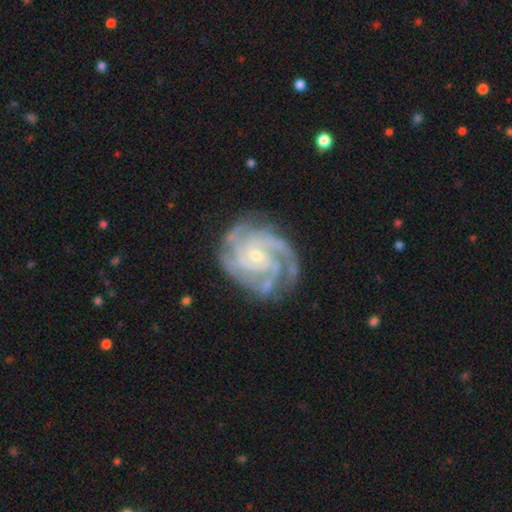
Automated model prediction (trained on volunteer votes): Smooth or featured: featured or disk — 92% (star or artifact — 4%)
Edge-on disk: no — 98% (yes — 2%)
Bar: no — 61% (weak — 32%)
Spiral arms: yes — 98% (no — 2%)
Spiral winding: tight — 69% (medium — 28%)
Spiral arm count: 3 — 38% (4 — 20%)
Bulge size: small — 68% (moderate — 28%)
Merging: none — 72% (minor disturbance — 19%)